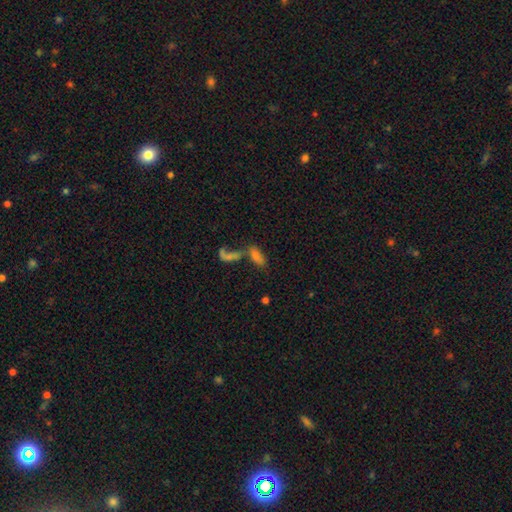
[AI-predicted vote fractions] Smooth or featured?
  - smooth: 62% *
  - featured or disk: 22%
  - star or artifact: 16%
How rounded?
  - in between: 70% *
  - cigar-shaped: 25%
  - round: 4%
Merging?
  - merger: 57% *
  - none: 26%
  - major disturbance: 9%
  - minor disturbance: 8%